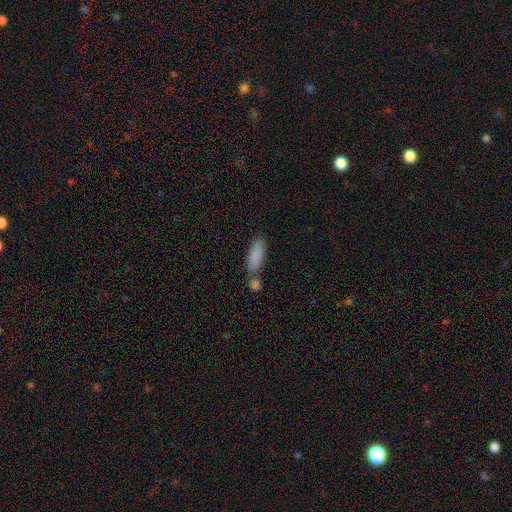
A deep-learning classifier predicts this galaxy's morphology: smooth_or_featured: smooth (p=0.86) [alt: star or artifact p=0.07]
how_rounded: in between (p=0.64) [alt: cigar-shaped p=0.33]
merging: none (p=0.56) [alt: merger p=0.27]